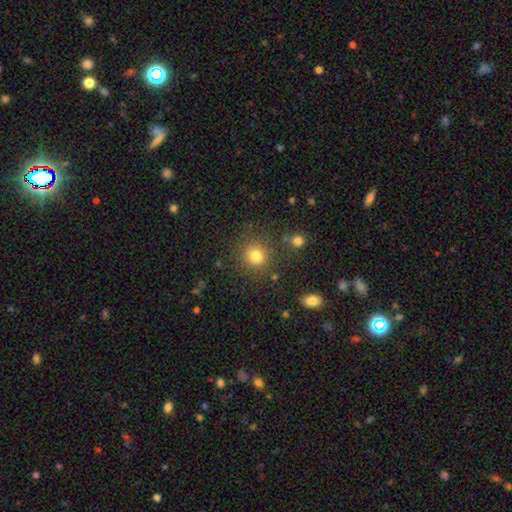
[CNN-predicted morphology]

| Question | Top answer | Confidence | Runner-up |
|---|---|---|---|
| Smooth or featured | smooth | 79% | star or artifact (14%) |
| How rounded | round | 92% | in between (7%) |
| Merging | none | 84% | minor disturbance (9%) |